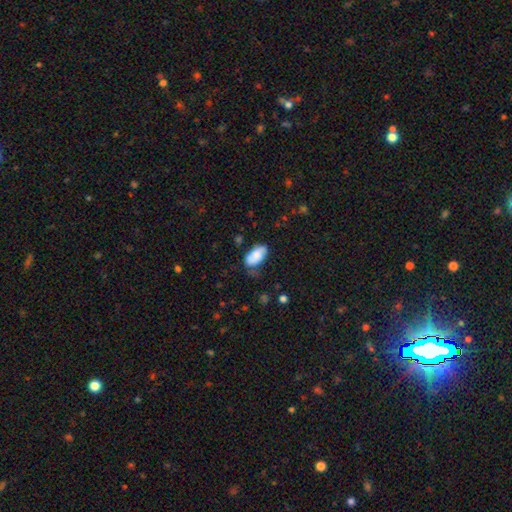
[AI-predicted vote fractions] This appears to be a smooth galaxy with no disk features (77%) that is in between round and cigar-shaped (94%). Merging: none (59%).